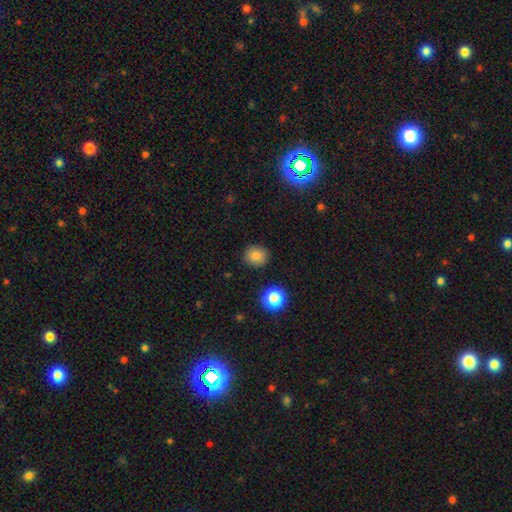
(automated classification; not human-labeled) Smooth or featured? smooth (82%)
How rounded? round (82%)
Merging? none (89%)